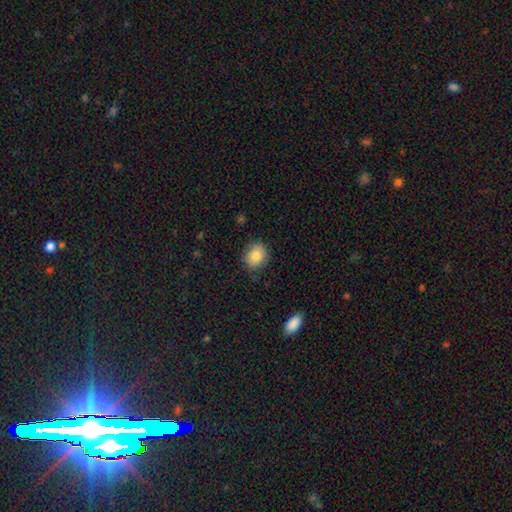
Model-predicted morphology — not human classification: This is clearly a smooth galaxy (84%). How rounded: likely round (70%). Merging: clearly none (83%).